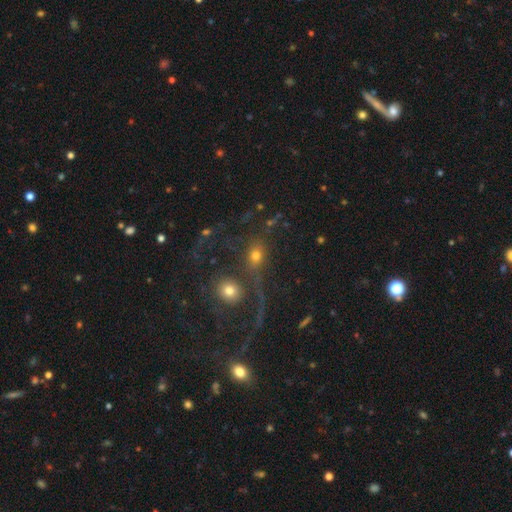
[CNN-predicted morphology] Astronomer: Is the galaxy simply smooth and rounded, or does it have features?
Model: smooth — 50% (runner-up: featured or disk, 27%).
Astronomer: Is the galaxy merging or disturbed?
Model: none — 47% (runner-up: merger, 24%).